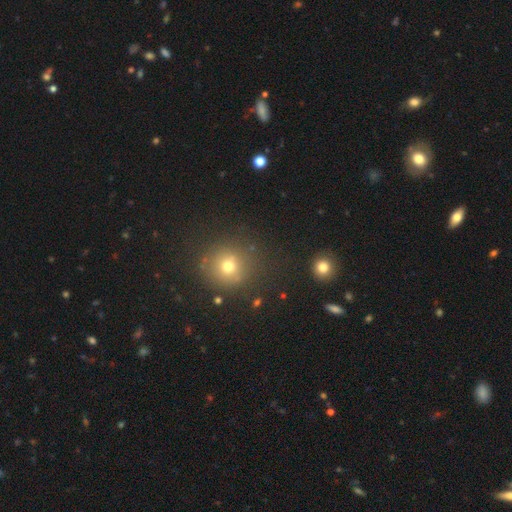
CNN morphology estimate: A smooth galaxy with no disk features (58%) that is round (88%). Merging: none (88%).